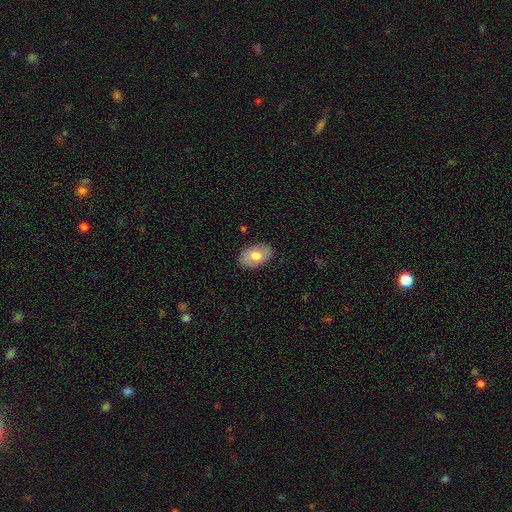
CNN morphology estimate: Smooth or featured? smooth (74%)
How rounded? in between (91%)
Merging? none (86%)